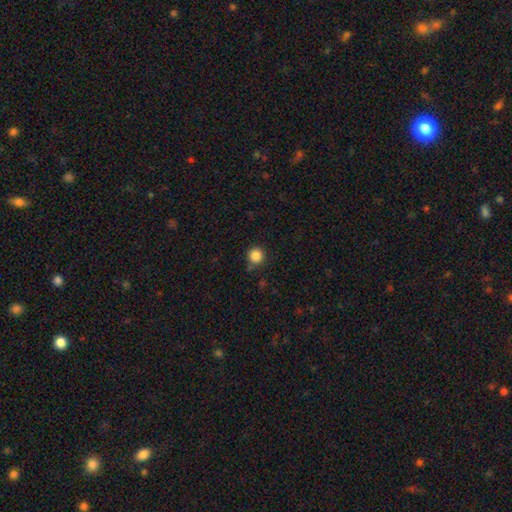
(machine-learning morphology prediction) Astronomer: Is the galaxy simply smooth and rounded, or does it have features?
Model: smooth — 86%.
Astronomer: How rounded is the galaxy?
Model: round — 95%.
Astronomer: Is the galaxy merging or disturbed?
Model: none — 84%.